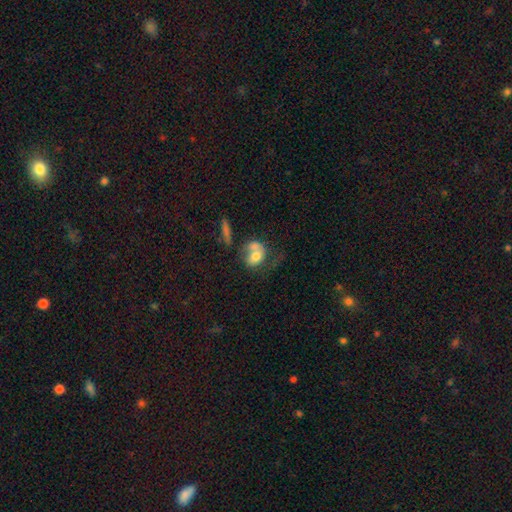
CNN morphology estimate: This is likely a smooth galaxy (61%). How rounded: possibly in between (53%). Merging: possibly merger (46%).